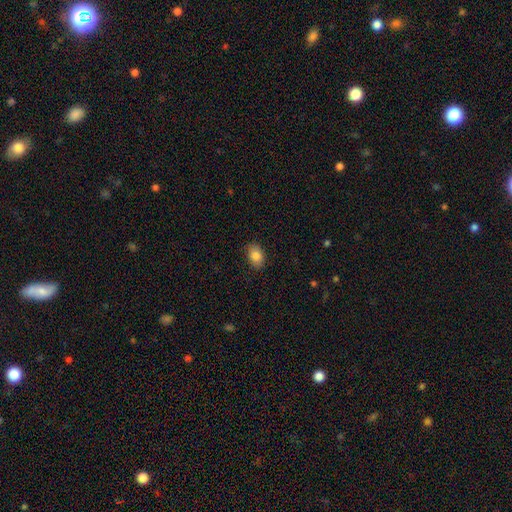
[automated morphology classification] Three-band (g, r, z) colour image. It shows a smooth galaxy with no disk features (84%) that is in between round and cigar-shaped (84%). Merging: none (85%).